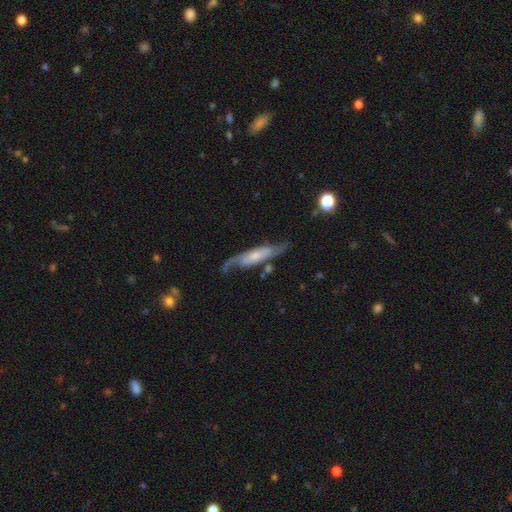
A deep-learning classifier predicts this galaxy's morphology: type=featured or disk (79%); edge-on=no (76%); bar=no (54%); spiral arms=yes (94%); winding=loose (44%); arm count=2 (86%); bulge=small (46%); merging=none (66%).